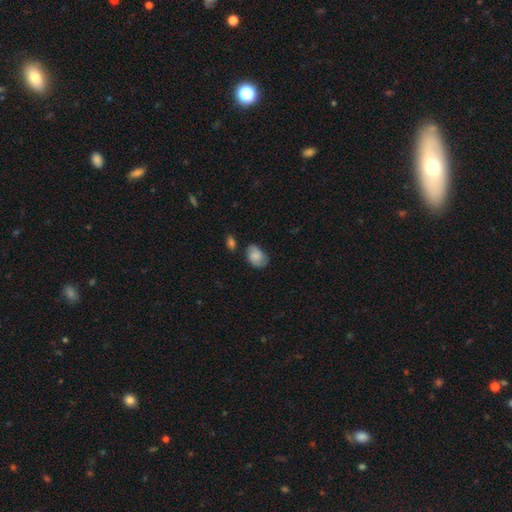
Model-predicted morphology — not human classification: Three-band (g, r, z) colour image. It shows a smooth galaxy with no disk features (71%) that is in between round and cigar-shaped (77%). Merging: none (56%).